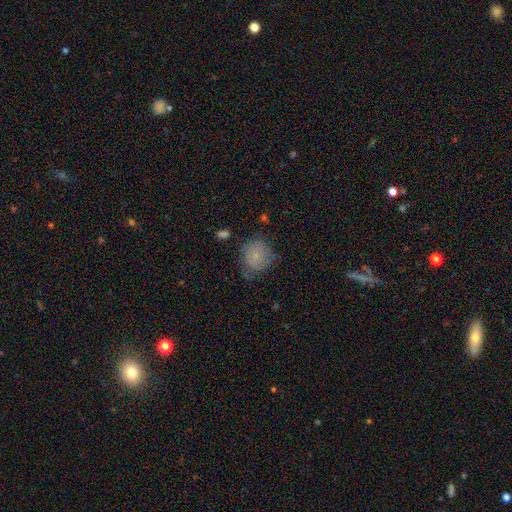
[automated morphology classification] Smooth or featured: smooth — 72% (featured or disk — 18%)
How rounded: round — 77% (in between — 22%)
Merging: none — 54% (minor disturbance — 31%)